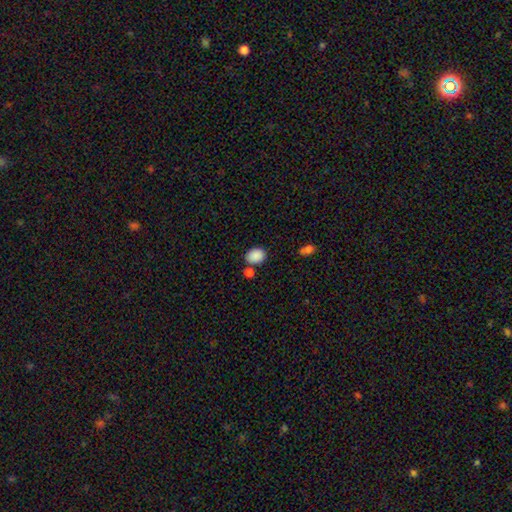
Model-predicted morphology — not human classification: type=smooth (88%); roundness=in between (65%); merging=none (73%).